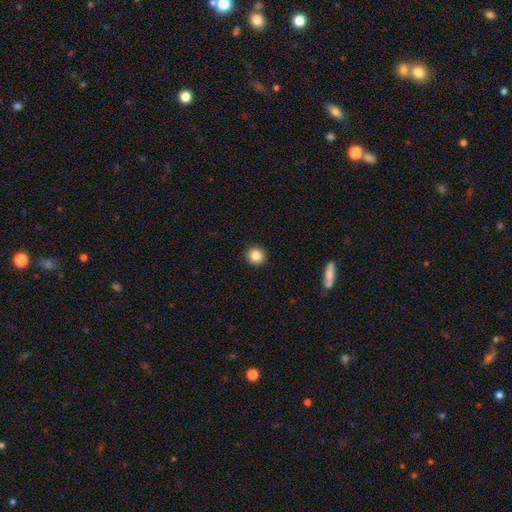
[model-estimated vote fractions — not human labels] A smooth galaxy with no disk features (85%) that is round (92%).

Vote fractions:
- Smooth or featured? smooth: 85% / star or artifact: 10% / featured or disk: 5%
- How rounded? round: 92% / in between: 7% / cigar-shaped: 1%
- Merging? none: 93% / minor disturbance: 5% / major disturbance: 2% / merger: 1%